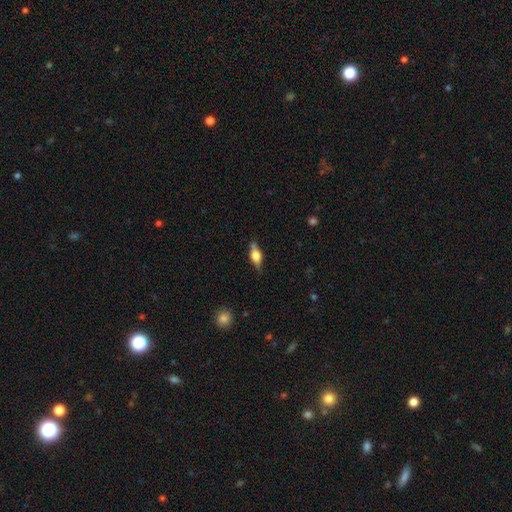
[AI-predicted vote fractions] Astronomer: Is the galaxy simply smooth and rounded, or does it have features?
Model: featured or disk — 52% (runner-up: smooth, 41%).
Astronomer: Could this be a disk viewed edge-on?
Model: yes — 92%.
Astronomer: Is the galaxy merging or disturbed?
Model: none — 75%.